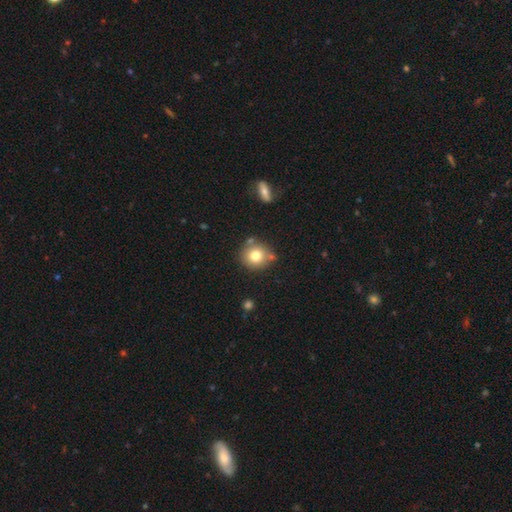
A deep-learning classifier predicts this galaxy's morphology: A smooth galaxy with no disk features (76%) that is round (90%).

Vote fractions:
- Smooth or featured? smooth: 76% / featured or disk: 13% / star or artifact: 11%
- How rounded? round: 90% / in between: 9% / cigar-shaped: 1%
- Merging? none: 73% / minor disturbance: 13% / merger: 11% / major disturbance: 4%